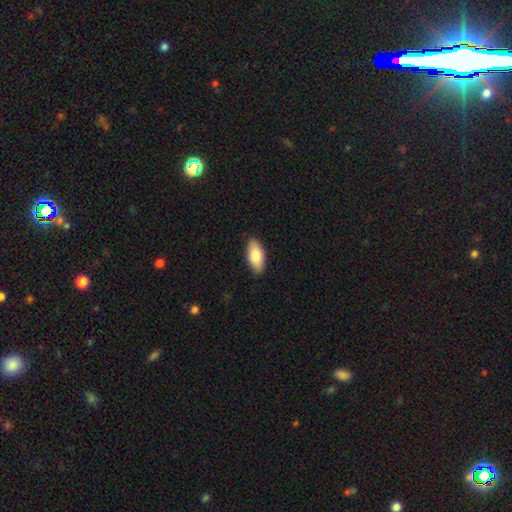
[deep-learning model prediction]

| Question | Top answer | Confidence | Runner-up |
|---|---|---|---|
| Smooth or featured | smooth | 84% | featured or disk (10%) |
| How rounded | in between | 91% | cigar-shaped (7%) |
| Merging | none | 89% | minor disturbance (9%) |